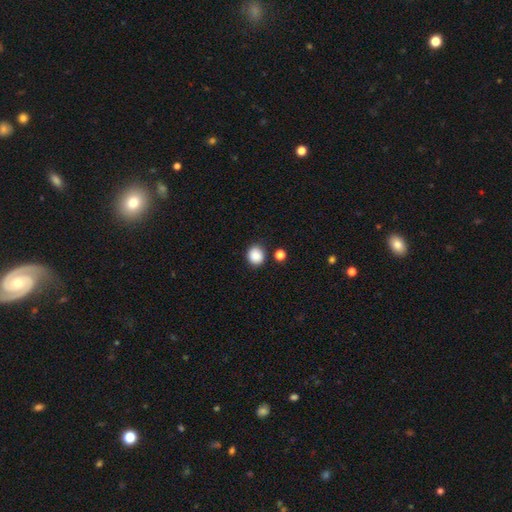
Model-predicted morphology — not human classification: This appears to be a smooth galaxy with no disk features (87%) that is round (81%). Merging: none (83%).